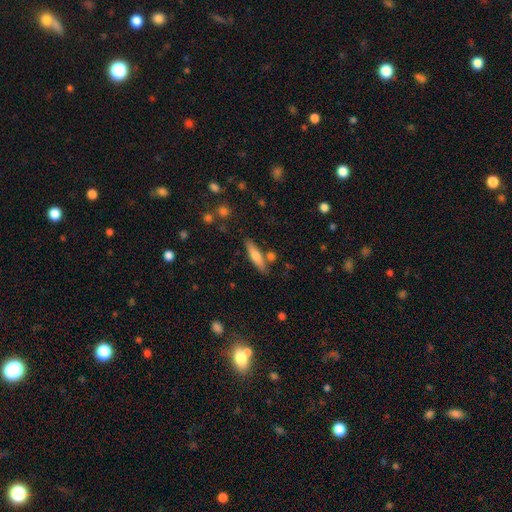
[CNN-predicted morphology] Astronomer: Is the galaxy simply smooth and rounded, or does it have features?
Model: smooth — 62%.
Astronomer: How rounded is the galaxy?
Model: cigar-shaped — 76%.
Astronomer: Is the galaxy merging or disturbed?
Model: none — 77%.